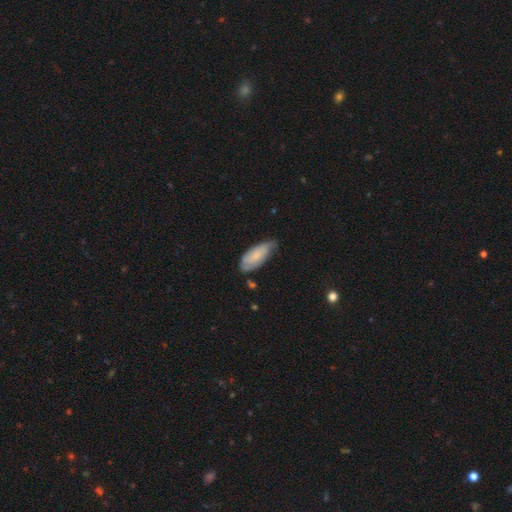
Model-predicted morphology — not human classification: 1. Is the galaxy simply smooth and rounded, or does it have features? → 61% smooth, 32% featured or disk, 7% star or artifact.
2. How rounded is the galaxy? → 79% in between, 20% cigar-shaped, 2% round.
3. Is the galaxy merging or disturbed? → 52% none, 38% minor disturbance, 8% major disturbance, 3% merger.